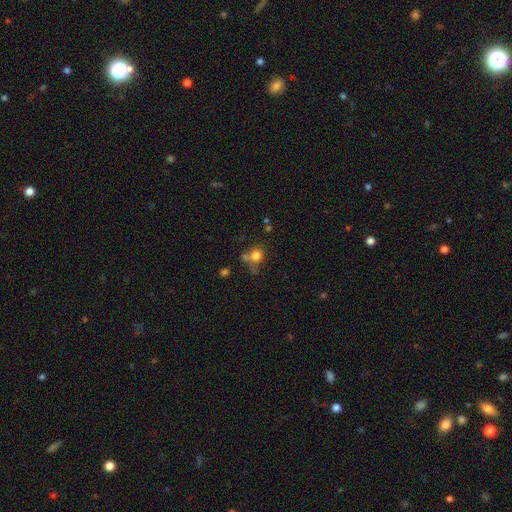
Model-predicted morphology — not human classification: Q: Smooth or featured?
A: smooth (76%); runner-up: star or artifact (14%)
Q: How rounded?
A: round (78%); runner-up: in between (21%)
Q: Merging?
A: none (49%); runner-up: merger (23%)